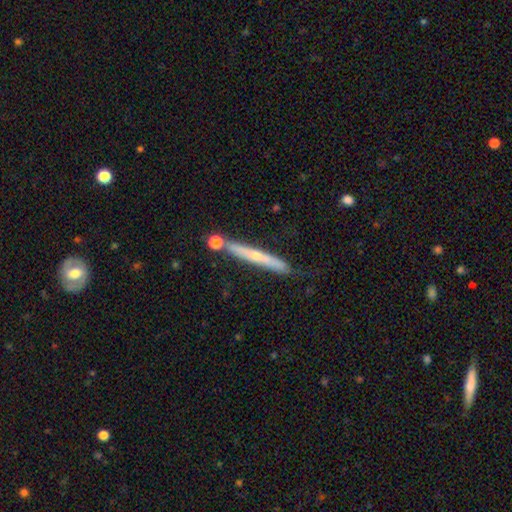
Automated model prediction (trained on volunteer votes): Overall: featured or disk (58%; smooth 35%). Edge-on disk: yes (92%). Edge-on bulge: rounded (66%; none 31%). Merging: none (74%).